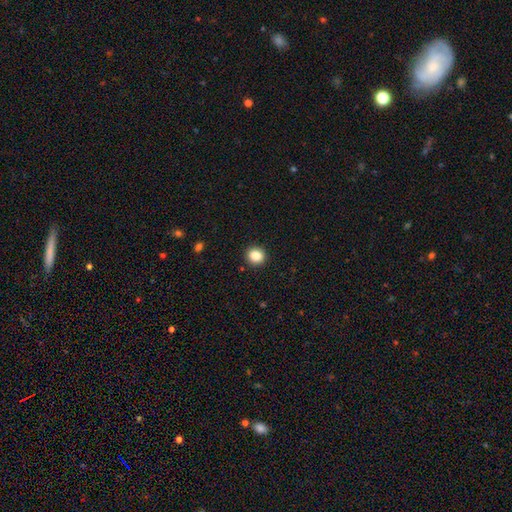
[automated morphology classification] smooth_or_featured: smooth (p=0.85) [alt: star or artifact p=0.11]
how_rounded: round (p=0.88) [alt: in between p=0.11]
merging: none (p=0.92) [alt: minor disturbance p=0.05]